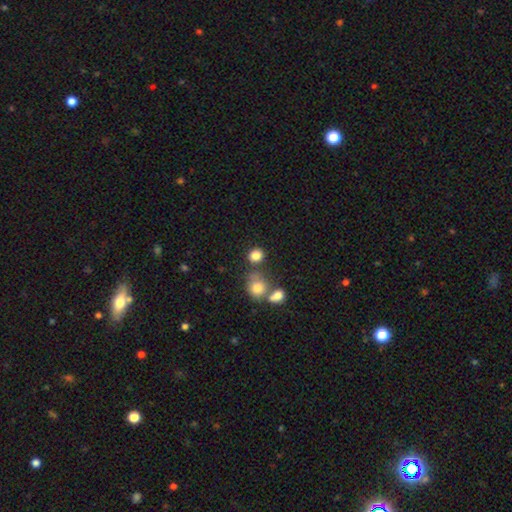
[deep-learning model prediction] Smooth or featured? smooth (82%)
How rounded? round (74%)
Merging? none (65%)